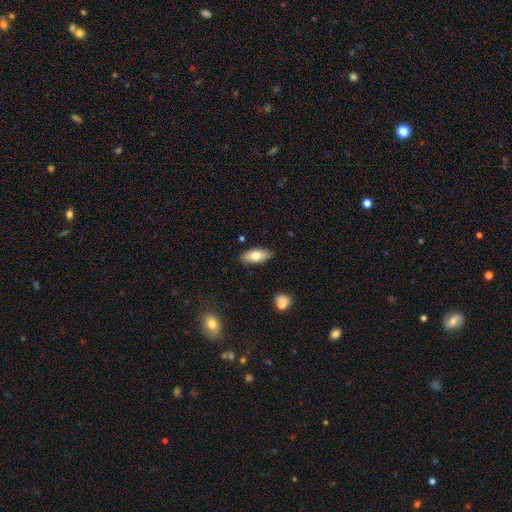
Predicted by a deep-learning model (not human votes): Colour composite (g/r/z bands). It shows a smooth galaxy with no disk features (74%) that is in between round and cigar-shaped (84%). Merging: none (85%).